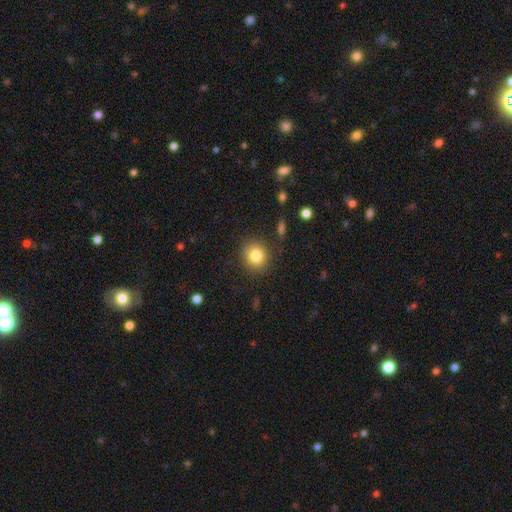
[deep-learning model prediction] Smooth or featured? Predicted: smooth (p=0.82). How rounded? Predicted: round (p=0.85). Merging? Predicted: none (p=0.87).